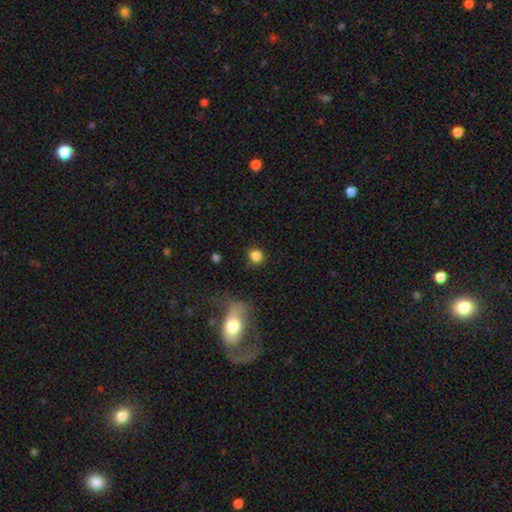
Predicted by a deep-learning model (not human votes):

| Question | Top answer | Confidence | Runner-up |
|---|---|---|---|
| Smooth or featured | smooth | 84% | star or artifact (12%) |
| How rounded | round | 84% | in between (15%) |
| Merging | none | 78% | minor disturbance (13%) |